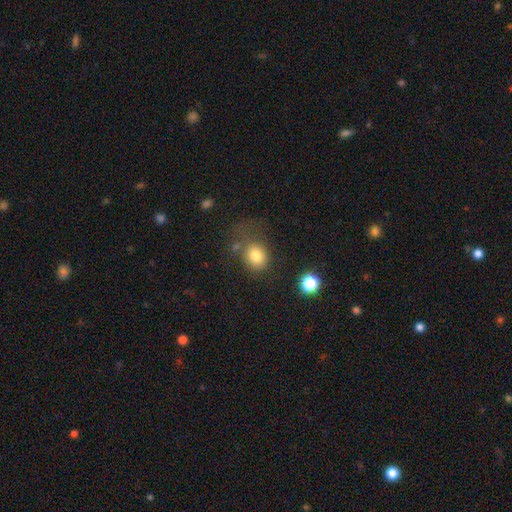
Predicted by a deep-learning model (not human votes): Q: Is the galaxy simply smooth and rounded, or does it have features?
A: smooth — 80%.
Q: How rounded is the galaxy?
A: round — 59%.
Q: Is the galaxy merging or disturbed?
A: none — 55%.